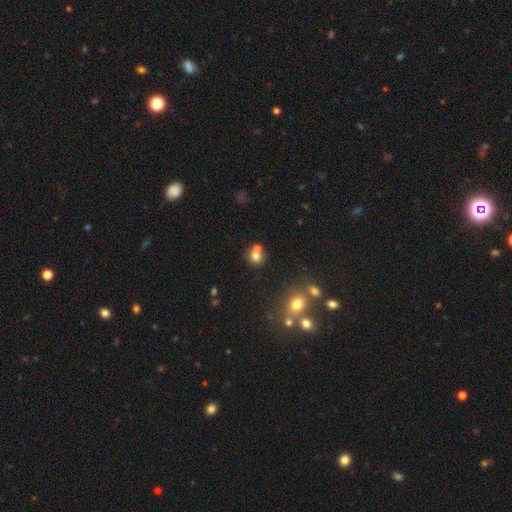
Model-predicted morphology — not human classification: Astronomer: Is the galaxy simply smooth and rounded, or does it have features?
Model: smooth — 72%.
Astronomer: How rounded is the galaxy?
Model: round — 82%.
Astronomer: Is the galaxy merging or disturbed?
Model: none — 48% (runner-up: merger, 40%).